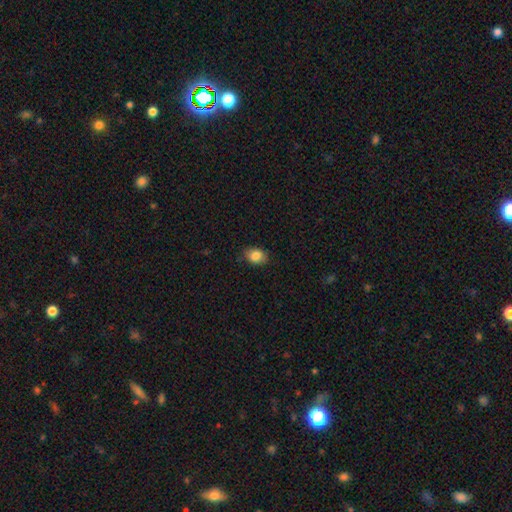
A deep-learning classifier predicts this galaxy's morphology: This appears to be a smooth galaxy with no disk features (85%) that is in between round and cigar-shaped (66%). Merging: none (81%).